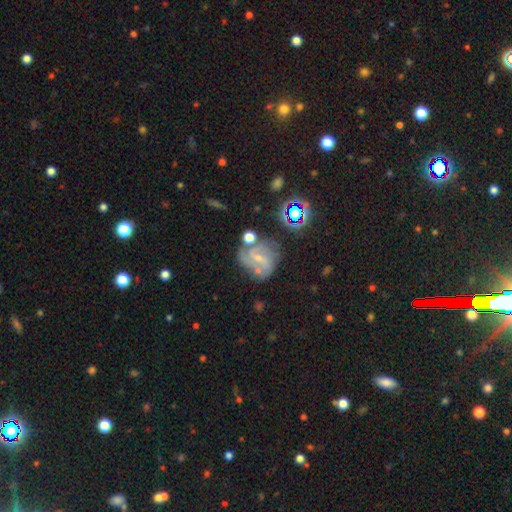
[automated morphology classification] Smooth or featured? featured or disk (50%)
Merging? none (61%)